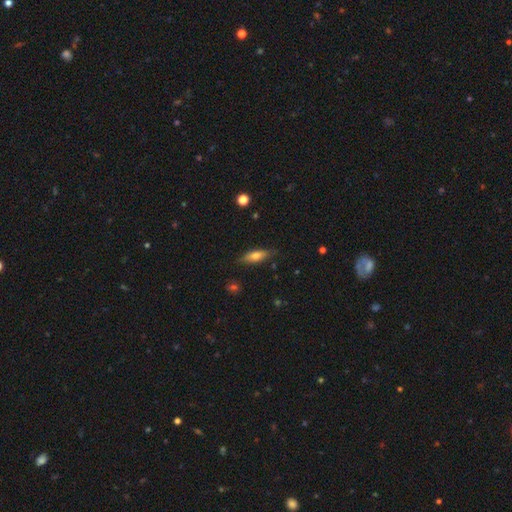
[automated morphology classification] Smooth or featured? Predicted: smooth (p=0.63). How rounded? Predicted: in between (p=0.52). Merging? Predicted: none (p=0.81).